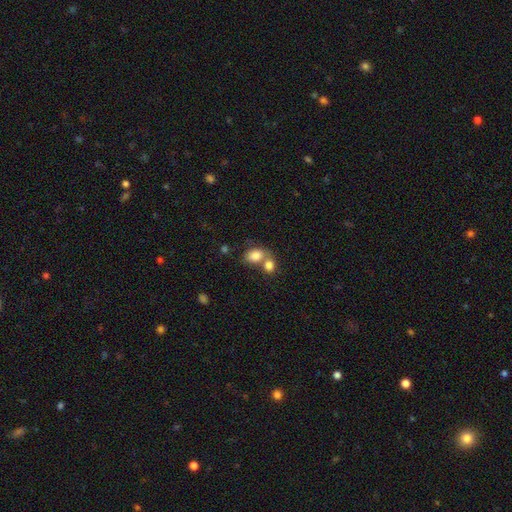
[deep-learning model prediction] Smooth or featured?
  - smooth: 82% *
  - star or artifact: 9%
  - featured or disk: 9%
How rounded?
  - in between: 72% *
  - round: 27%
  - cigar-shaped: 1%
Merging?
  - merger: 52% *
  - none: 34%
  - minor disturbance: 10%
  - major disturbance: 4%